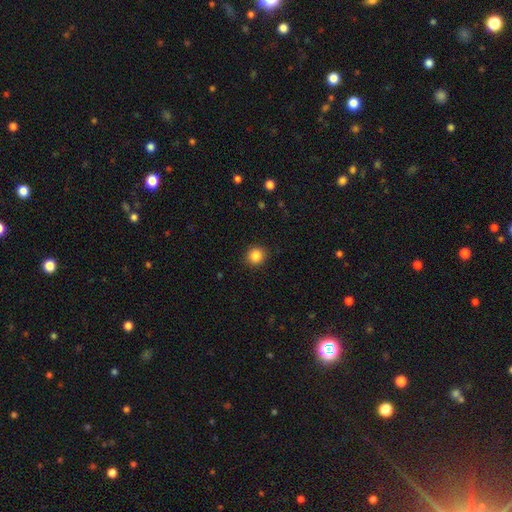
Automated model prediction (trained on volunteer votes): Morphology: type=smooth (86%); roundness=round (89%); merging=none (90%).